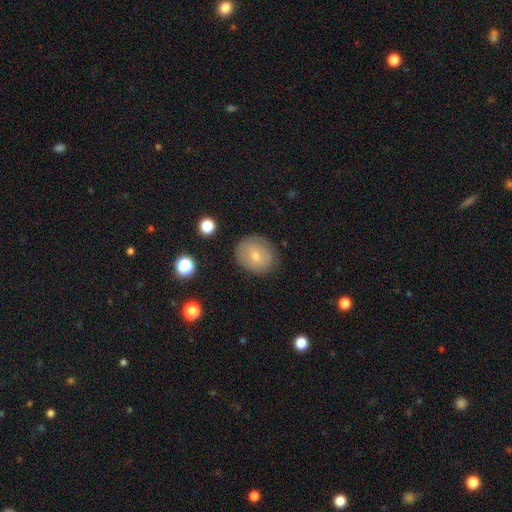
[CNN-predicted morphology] smooth-or-featured: smooth: 63% | featured or disk: 28% | star or artifact: 9%
  how-rounded: round: 65% | in between: 34% | cigar-shaped: 1%
  merging: none: 80% | minor disturbance: 15% | major disturbance: 4% | merger: 1%